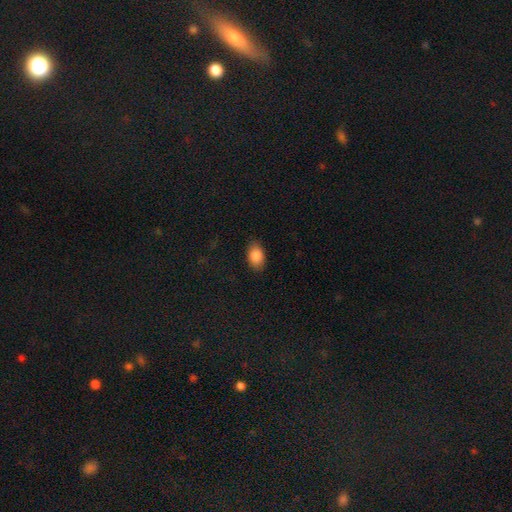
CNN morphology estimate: Smooth or featured? Predicted: smooth (p=0.87). How rounded? Predicted: in between (p=0.88). Merging? Predicted: none (p=0.84).